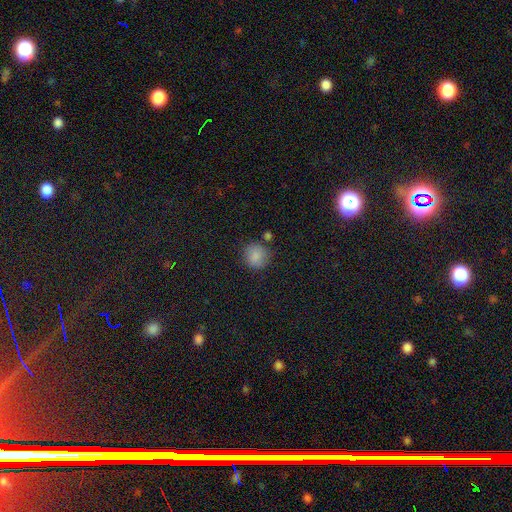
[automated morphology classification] Smooth or featured? Predicted: smooth (p=0.84). How rounded? Predicted: round (p=0.86). Merging? Predicted: none (p=0.73).